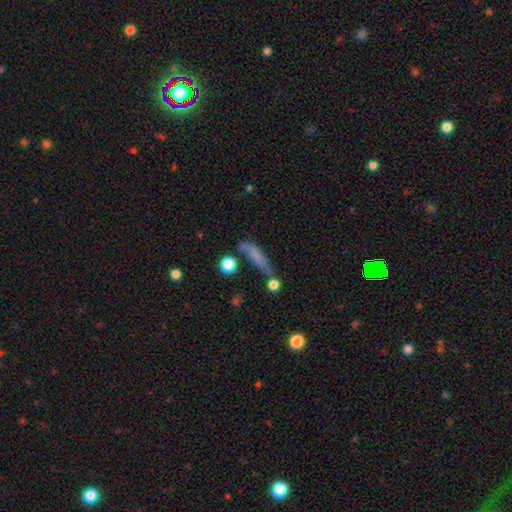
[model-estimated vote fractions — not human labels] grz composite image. It shows a smooth galaxy with no disk features (65%) that is cigar-shaped (71%). Merging: none (53%).